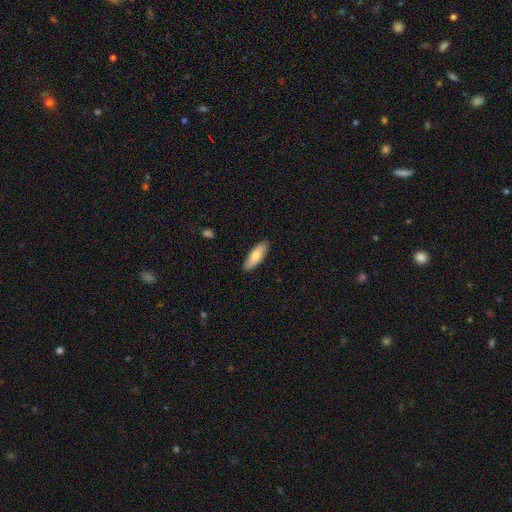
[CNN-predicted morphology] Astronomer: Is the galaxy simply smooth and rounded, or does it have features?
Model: smooth — 73%.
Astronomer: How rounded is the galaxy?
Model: in between — 62%.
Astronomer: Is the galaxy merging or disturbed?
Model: none — 89%.